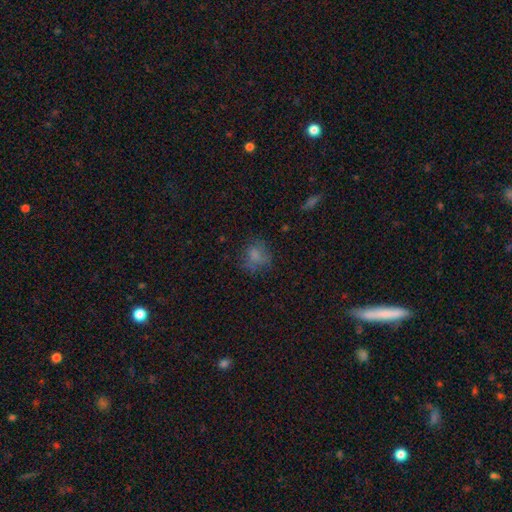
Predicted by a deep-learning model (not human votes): Smooth or featured: smooth — 68% (star or artifact — 16%)
How rounded: round — 70% (in between — 29%)
Merging: none — 61% (minor disturbance — 21%)